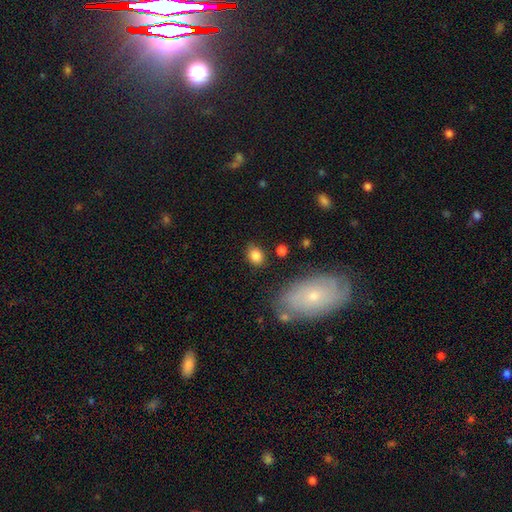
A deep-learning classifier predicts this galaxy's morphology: A smooth galaxy with no disk features (83%) that is in between round and cigar-shaped (62%). Merging: none (81%).